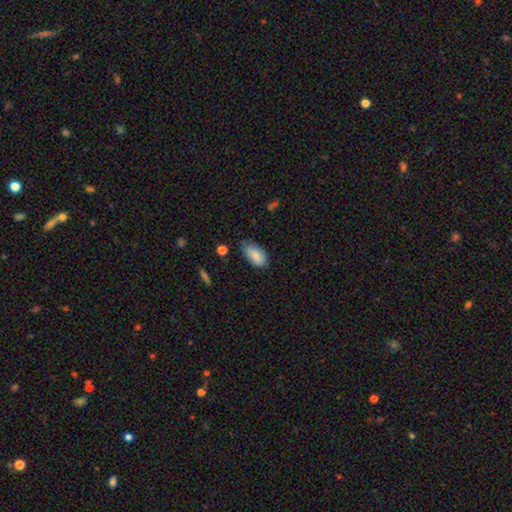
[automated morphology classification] Smooth or featured? Predicted: smooth (p=0.86). How rounded? Predicted: in between (p=0.93). Merging? Predicted: none (p=0.66).